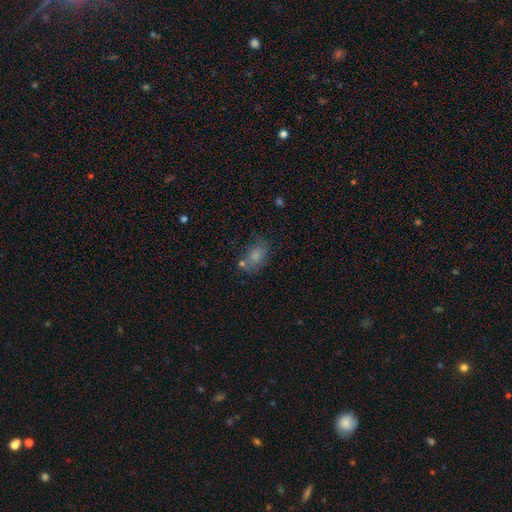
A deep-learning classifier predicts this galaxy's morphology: smooth-or-featured: smooth: 68% | featured or disk: 20% | star or artifact: 12%
  how-rounded: in between: 81% | round: 16% | cigar-shaped: 2%
  merging: none: 52% | minor disturbance: 23% | merger: 14% | major disturbance: 11%